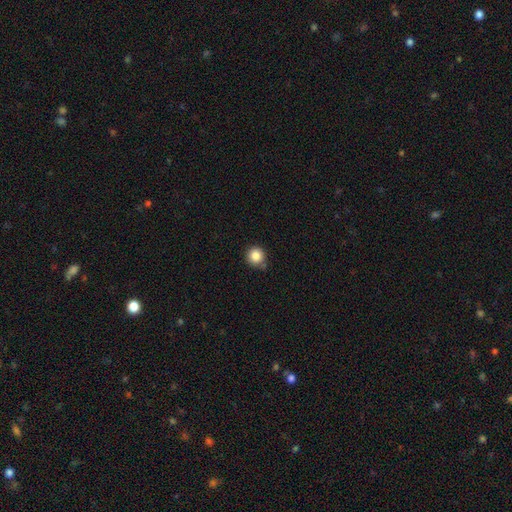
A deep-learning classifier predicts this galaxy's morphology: Q: Smooth or featured?
A: smooth (86%); runner-up: star or artifact (10%)
Q: How rounded?
A: round (95%); runner-up: in between (4%)
Q: Merging?
A: none (79%); runner-up: minor disturbance (13%)